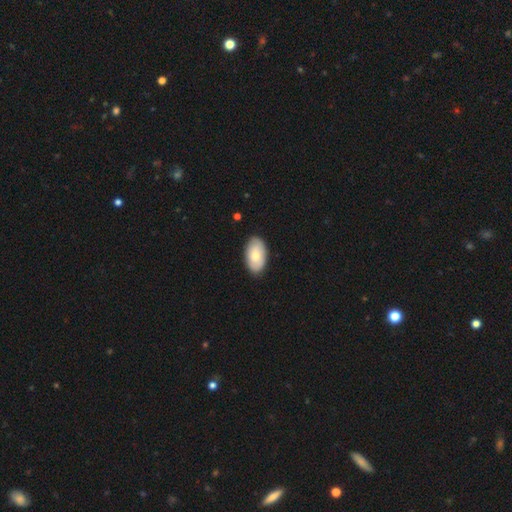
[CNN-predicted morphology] The model was most divided on "smooth or featured": smooth: 73%, featured or disk: 22%, star or artifact: 5%. More confident: how rounded — in between (94%); merging — none (86%).